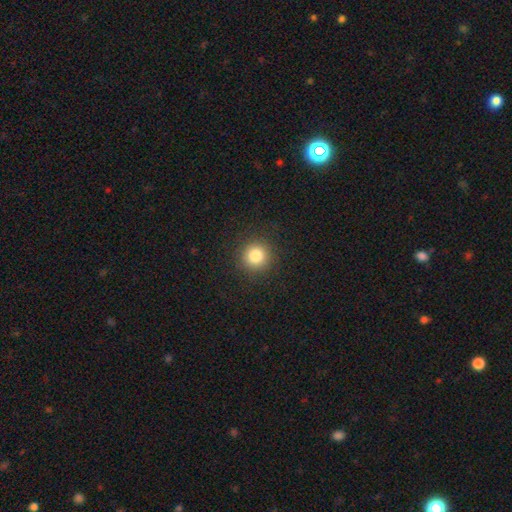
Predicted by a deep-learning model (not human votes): Smooth or featured?
  - smooth: 82% *
  - star or artifact: 12%
  - featured or disk: 6%
How rounded?
  - round: 94% *
  - in between: 5%
  - cigar-shaped: 1%
Merging?
  - none: 91% *
  - minor disturbance: 6%
  - major disturbance: 2%
  - merger: 1%